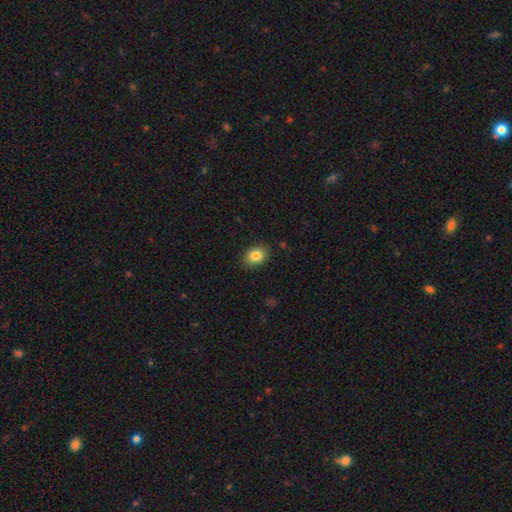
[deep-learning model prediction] Morphology: type=smooth (83%); roundness=in between (72%); merging=none (86%).